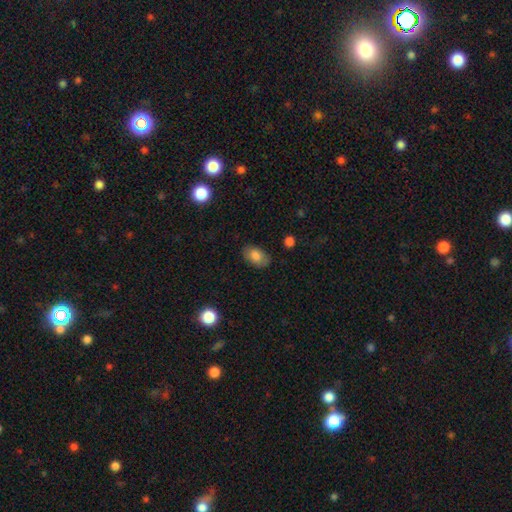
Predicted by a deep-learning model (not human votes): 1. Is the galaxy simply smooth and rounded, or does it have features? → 79% smooth, 13% featured or disk, 8% star or artifact.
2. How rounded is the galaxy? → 90% in between, 9% round, 1% cigar-shaped.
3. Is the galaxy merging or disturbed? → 81% none, 15% minor disturbance, 3% major disturbance, 1% merger.